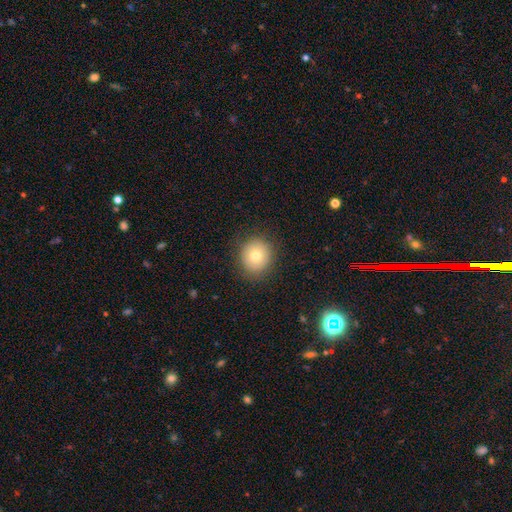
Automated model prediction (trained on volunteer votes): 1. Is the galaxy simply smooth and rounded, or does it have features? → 76% smooth, 12% featured or disk, 12% star or artifact.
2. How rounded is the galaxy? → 87% round, 12% in between, 1% cigar-shaped.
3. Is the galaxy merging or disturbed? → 88% none, 8% minor disturbance, 3% major disturbance, 1% merger.